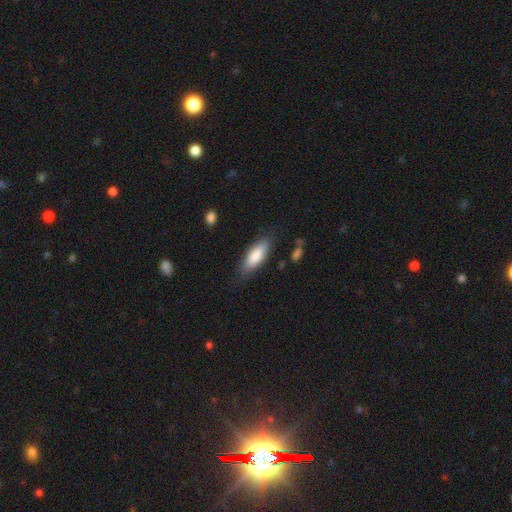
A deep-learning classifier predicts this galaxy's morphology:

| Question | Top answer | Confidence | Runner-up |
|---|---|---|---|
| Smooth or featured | smooth | 84% | featured or disk (11%) |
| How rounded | in between | 69% | cigar-shaped (29%) |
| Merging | none | 78% | minor disturbance (16%) |